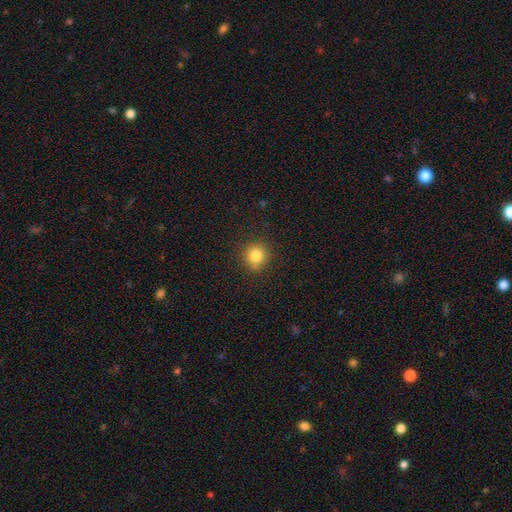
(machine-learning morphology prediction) A smooth galaxy with no disk features (83%) that is round (89%). Merging: none (88%).